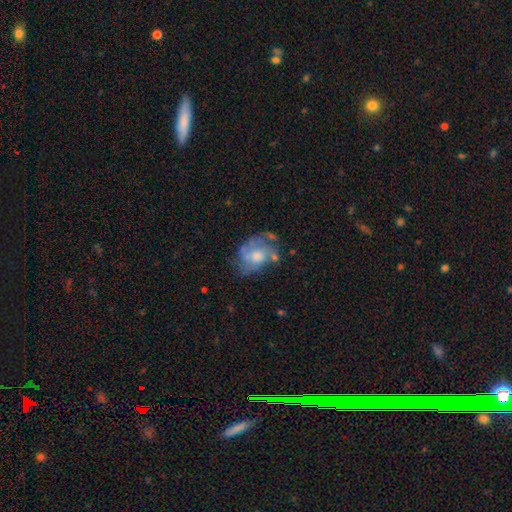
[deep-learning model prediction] Q: Smooth or featured?
A: featured or disk (59%); runner-up: smooth (32%)
Q: Edge-on disk?
A: no (97%); runner-up: yes (3%)
Q: Bar?
A: no (78%); runner-up: weak (19%)
Q: Spiral arms?
A: yes (64%); runner-up: no (36%)
Q: Bulge size?
A: moderate (52%); runner-up: small (21%)
Q: Merging?
A: none (46%); runner-up: minor disturbance (26%)